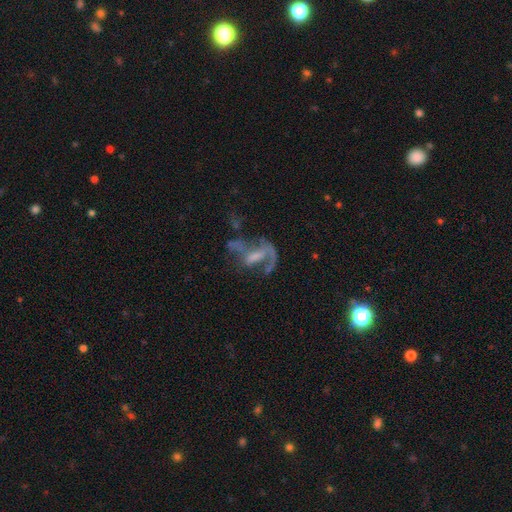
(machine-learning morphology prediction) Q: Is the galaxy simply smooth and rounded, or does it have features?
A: featured or disk — 68%.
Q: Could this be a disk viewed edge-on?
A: no — 94%.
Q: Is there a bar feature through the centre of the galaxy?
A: no — 42%.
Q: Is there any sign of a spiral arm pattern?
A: yes — 61%.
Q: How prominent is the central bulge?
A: none — 43%.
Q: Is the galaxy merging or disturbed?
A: major disturbance — 41%.